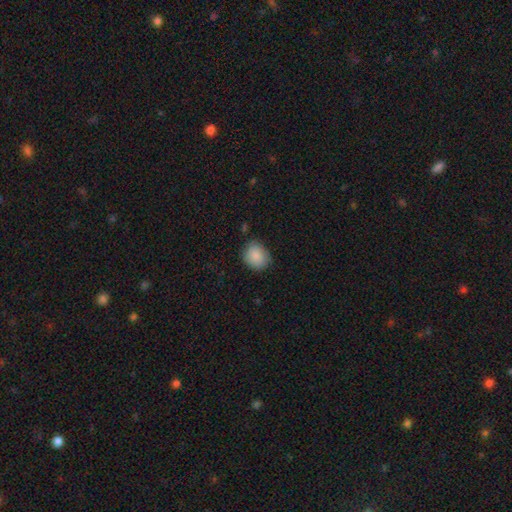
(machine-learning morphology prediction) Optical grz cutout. It shows a smooth galaxy with no disk features (88%) that is round (61%). Merging: none (76%).